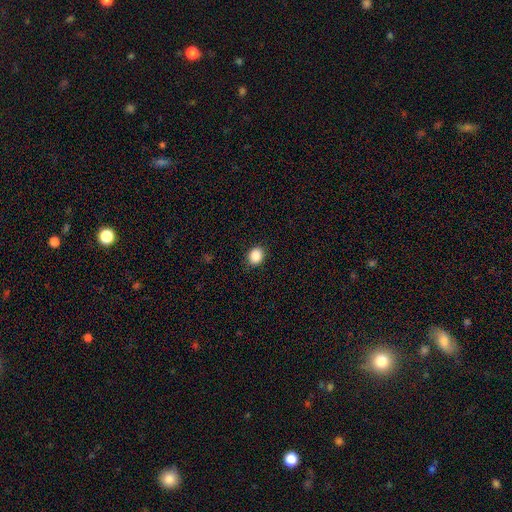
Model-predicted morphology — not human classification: This is clearly a smooth galaxy (88%). How rounded: possibly round (60%). Merging: clearly none (89%).